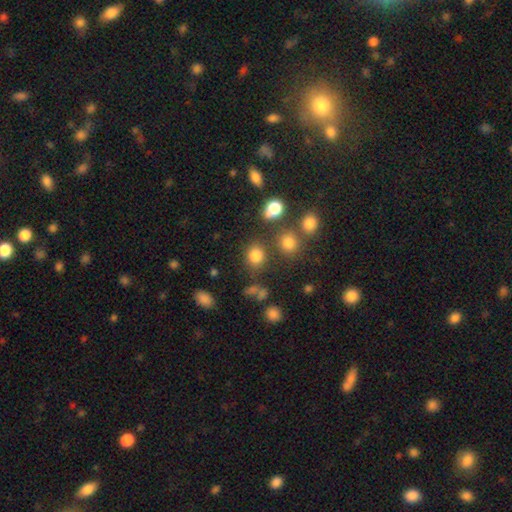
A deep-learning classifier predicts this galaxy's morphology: This is likely a smooth galaxy (80%). How rounded: likely round (72%). Merging: likely none (74%).